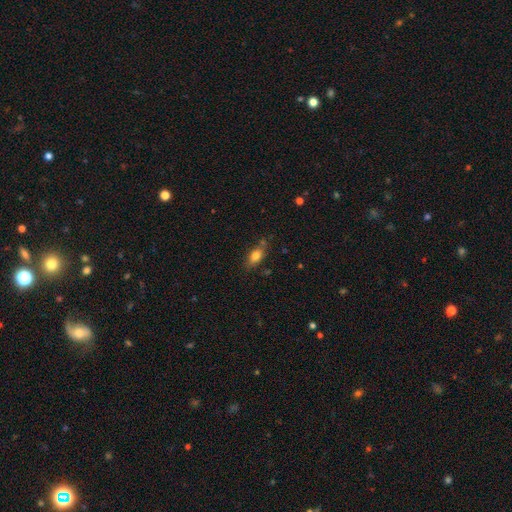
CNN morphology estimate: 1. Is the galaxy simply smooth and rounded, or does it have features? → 75% smooth, 16% featured or disk, 9% star or artifact.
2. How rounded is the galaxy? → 78% in between, 16% cigar-shaped, 6% round.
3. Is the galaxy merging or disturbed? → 70% none, 19% minor disturbance, 6% merger, 5% major disturbance.